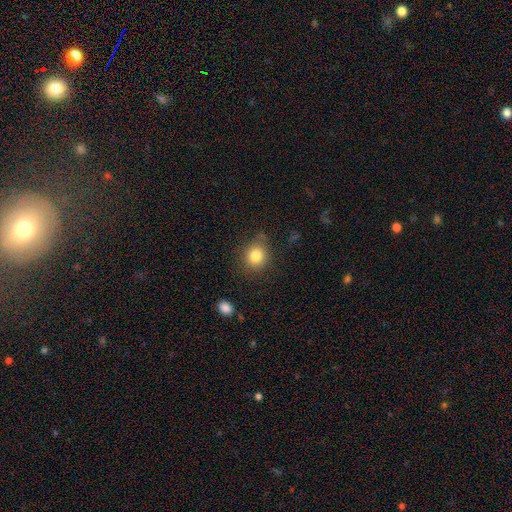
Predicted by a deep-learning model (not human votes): A smooth galaxy with no disk features (82%) that is round (74%).

Vote fractions:
- Smooth or featured? smooth: 82% / star or artifact: 10% / featured or disk: 8%
- How rounded? round: 74% / in between: 25% / cigar-shaped: 1%
- Merging? none: 73% / minor disturbance: 18% / major disturbance: 5% / merger: 3%